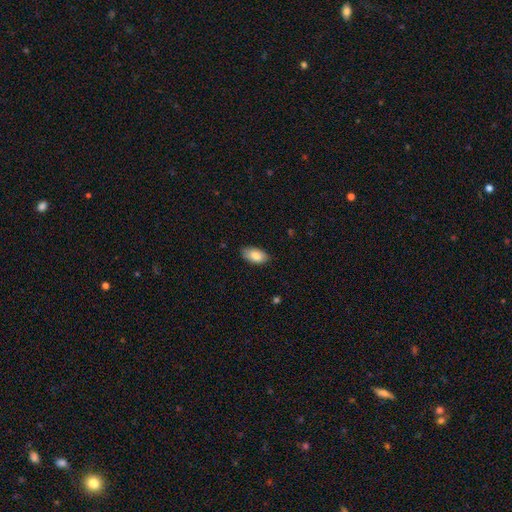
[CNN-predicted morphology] smooth-or-featured: smooth: 84% | featured or disk: 10% | star or artifact: 6%
  how-rounded: in between: 94% | round: 3% | cigar-shaped: 2%
  merging: none: 84% | minor disturbance: 13% | major disturbance: 2% | merger: 1%